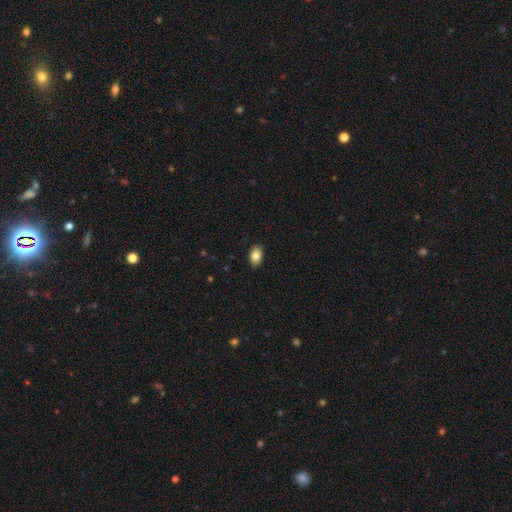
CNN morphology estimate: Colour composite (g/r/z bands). It shows a smooth galaxy with no disk features (84%) that is in between round and cigar-shaped (91%). Merging: none (89%).